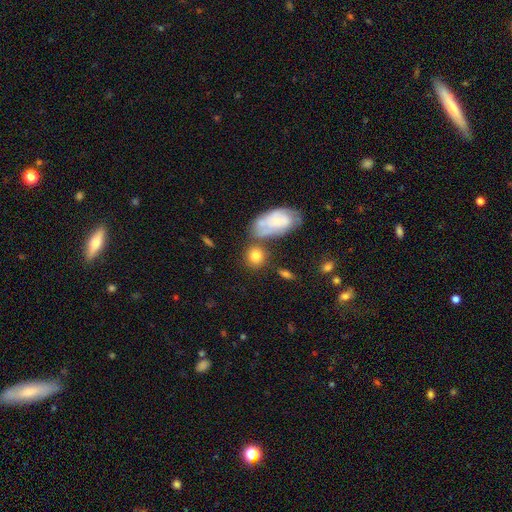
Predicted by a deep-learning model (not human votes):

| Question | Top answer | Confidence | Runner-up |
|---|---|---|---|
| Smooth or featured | smooth | 75% | featured or disk (16%) |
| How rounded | round | 74% | in between (24%) |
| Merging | none | 61% | merger (17%) |